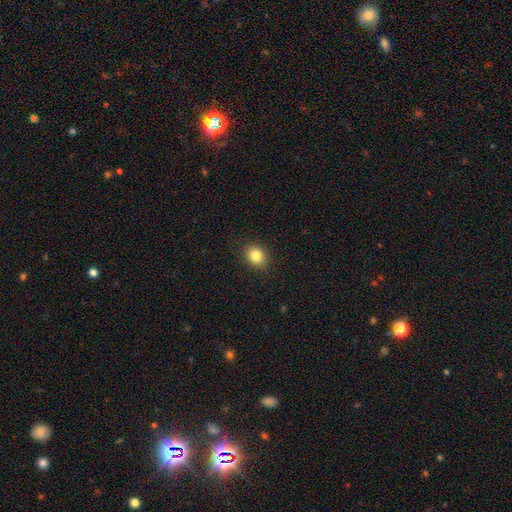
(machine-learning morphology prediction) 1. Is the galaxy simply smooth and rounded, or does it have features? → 83% smooth, 10% star or artifact, 7% featured or disk.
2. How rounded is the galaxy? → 62% round, 37% in between, 1% cigar-shaped.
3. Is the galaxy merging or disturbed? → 89% none, 8% minor disturbance, 2% major disturbance, 1% merger.